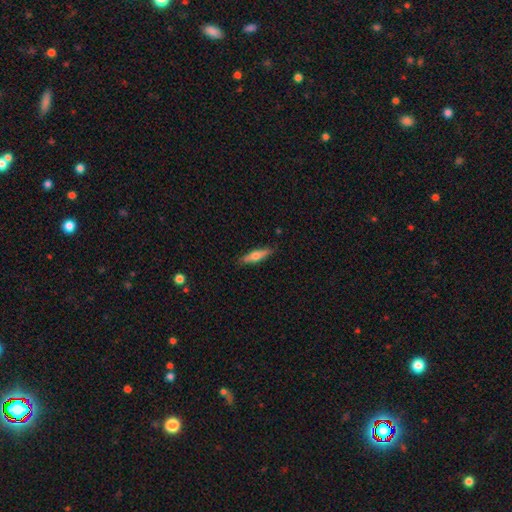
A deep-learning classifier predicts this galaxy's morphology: Smooth or featured?
  - smooth: 56% *
  - featured or disk: 38%
  - star or artifact: 6%
How rounded?
  - cigar-shaped: 74% *
  - in between: 24%
  - round: 2%
Merging?
  - none: 87% *
  - minor disturbance: 10%
  - major disturbance: 2%
  - merger: 1%